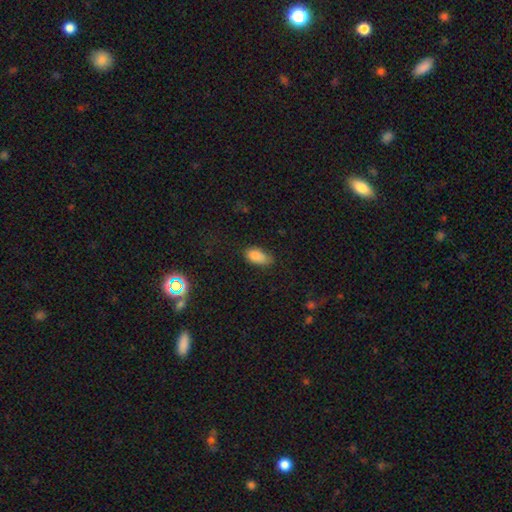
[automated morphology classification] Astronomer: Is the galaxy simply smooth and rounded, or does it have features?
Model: smooth — 85%.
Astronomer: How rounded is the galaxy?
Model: in between — 92%.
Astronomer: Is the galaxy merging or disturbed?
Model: none — 61%.